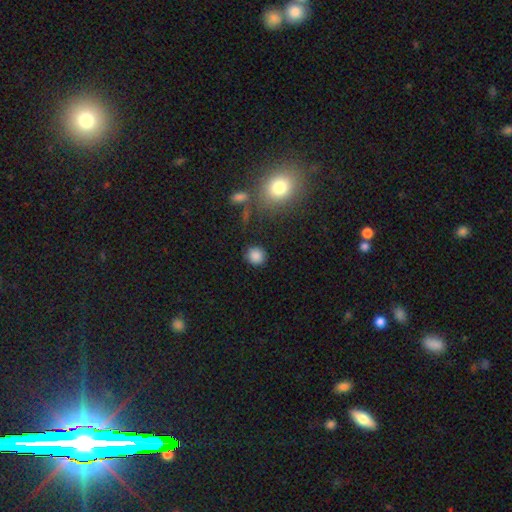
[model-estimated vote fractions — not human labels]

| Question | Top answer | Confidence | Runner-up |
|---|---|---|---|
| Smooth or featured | smooth | 85% | star or artifact (11%) |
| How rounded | round | 89% | in between (9%) |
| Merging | none | 86% | minor disturbance (9%) |